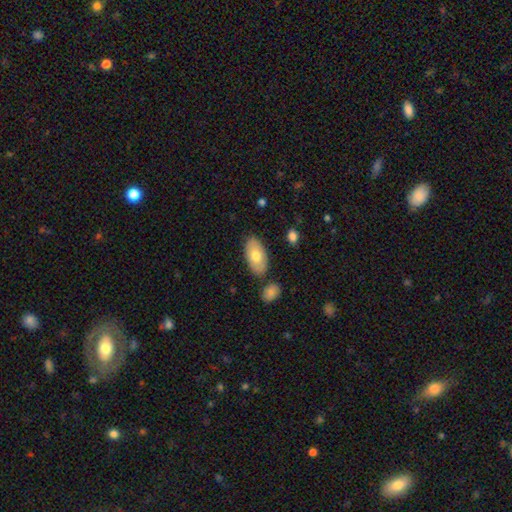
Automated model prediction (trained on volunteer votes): smooth 67%, featured or disk 27%, star or artifact 6%. Down the decision tree: how rounded — in between (94%); merging — none (79%).